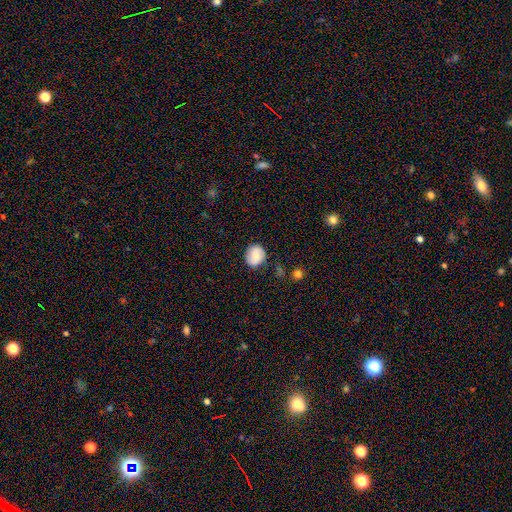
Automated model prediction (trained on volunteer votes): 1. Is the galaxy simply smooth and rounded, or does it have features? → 61% smooth, 30% featured or disk, 8% star or artifact.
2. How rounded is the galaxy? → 76% round, 23% in between, 1% cigar-shaped.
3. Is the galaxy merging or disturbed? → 80% none, 15% minor disturbance, 4% major disturbance, 2% merger.